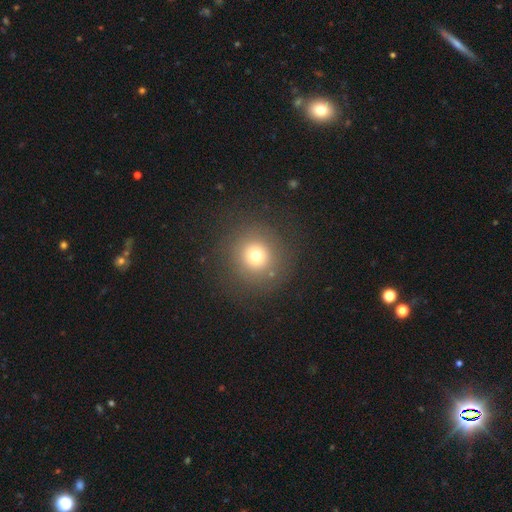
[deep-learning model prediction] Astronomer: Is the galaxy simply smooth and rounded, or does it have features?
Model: smooth — 70%.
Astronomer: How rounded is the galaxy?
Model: round — 93%.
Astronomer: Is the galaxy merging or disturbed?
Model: none — 84%.